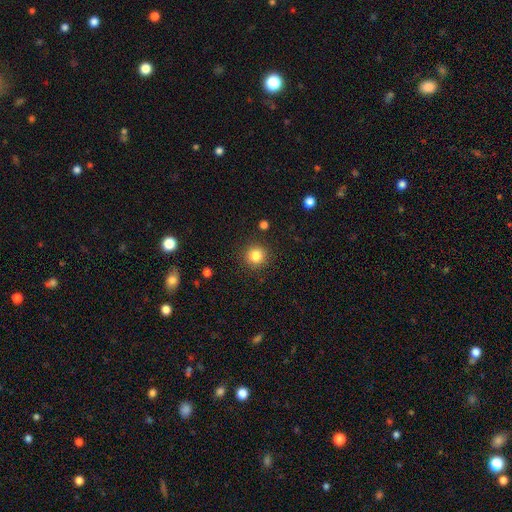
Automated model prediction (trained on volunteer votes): This appears to be a smooth galaxy with no disk features (84%) that is round (94%). Merging: none (90%).